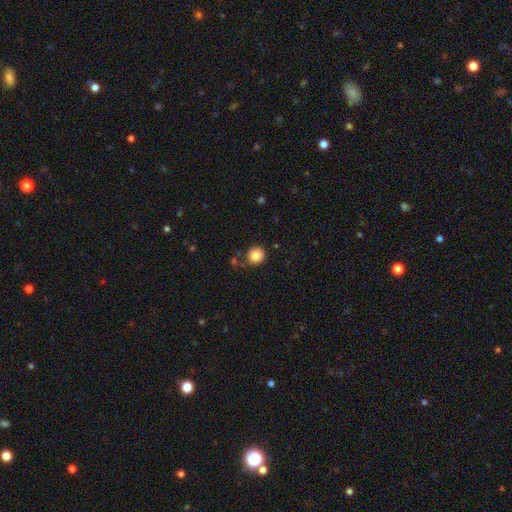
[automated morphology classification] Overall: smooth (84%). How rounded: round (92%). Merging: none (81%).